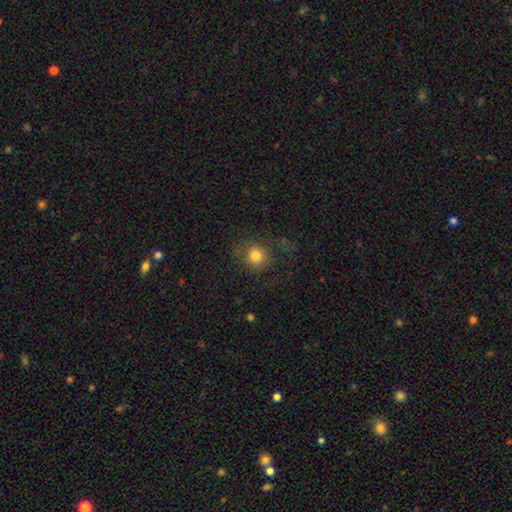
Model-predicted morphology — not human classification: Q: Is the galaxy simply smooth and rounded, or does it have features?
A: smooth — 76%.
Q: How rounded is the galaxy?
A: round — 85%.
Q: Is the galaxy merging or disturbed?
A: none — 61%.